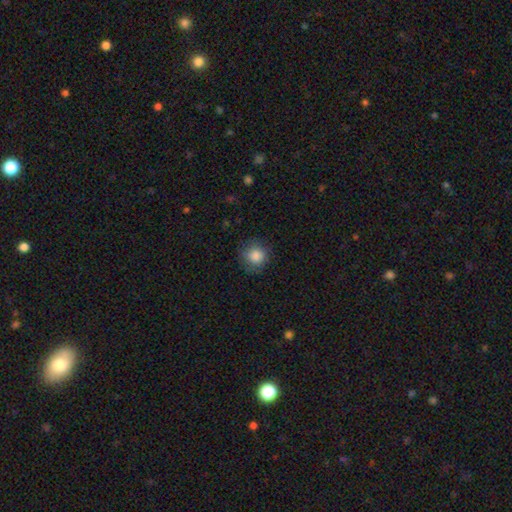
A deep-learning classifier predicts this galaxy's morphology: Overall: smooth (86%). How rounded: round (91%). Merging: none (80%).